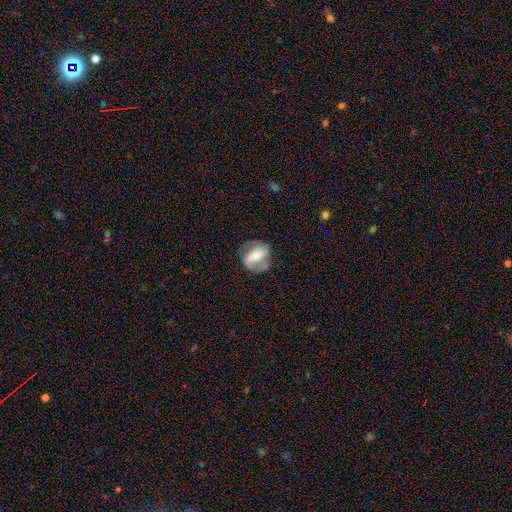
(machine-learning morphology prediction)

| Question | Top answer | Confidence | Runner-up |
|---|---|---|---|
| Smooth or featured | featured or disk | 65% | smooth (28%) |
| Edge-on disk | no | 94% | yes (6%) |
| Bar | strong | 49% | weak (30%) |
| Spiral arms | yes | 76% | no (24%) |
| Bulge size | moderate | 53% | small (36%) |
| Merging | none | 65% | minor disturbance (21%) |